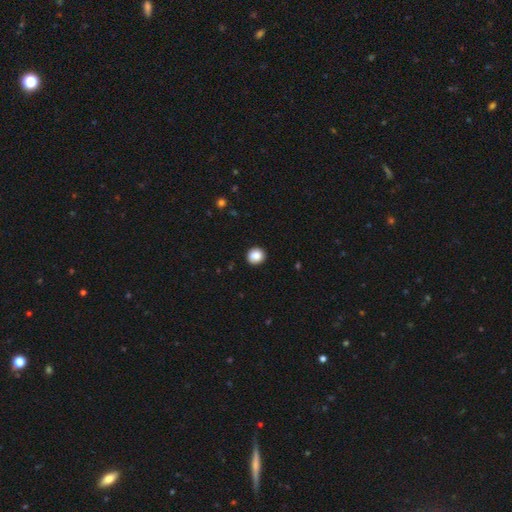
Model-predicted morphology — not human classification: smooth_or_featured: smooth (p=0.87) [alt: star or artifact p=0.09]
how_rounded: round (p=0.88) [alt: in between p=0.11]
merging: none (p=0.89) [alt: minor disturbance p=0.08]